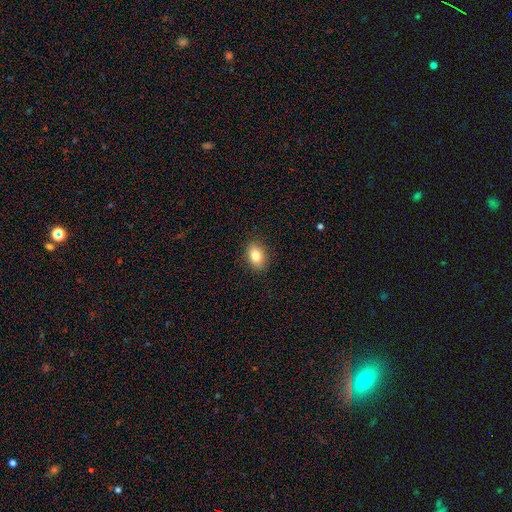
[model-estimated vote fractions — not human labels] The model was most divided on "how rounded": in between: 80%, round: 19%, cigar-shaped: 1%. More confident: merging — none (88%); smooth or featured — smooth (82%).